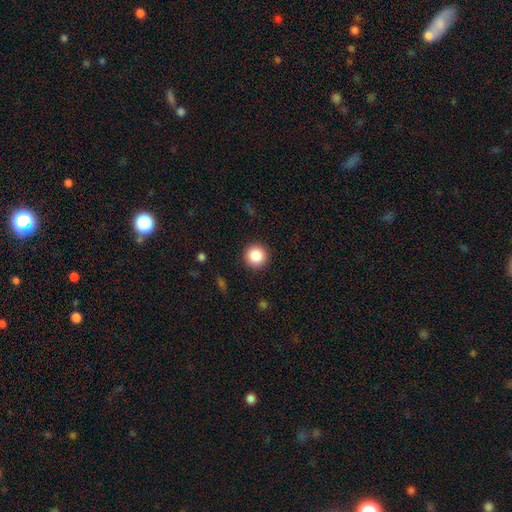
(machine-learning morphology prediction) Smooth or featured? smooth (87%)
How rounded? round (95%)
Merging? none (91%)